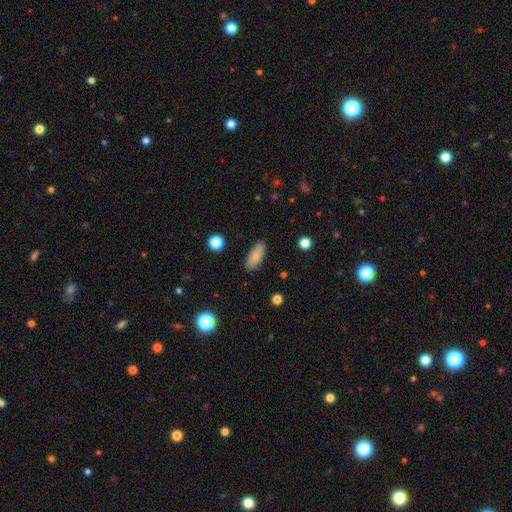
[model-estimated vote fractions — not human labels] Overall: smooth (80%). How rounded: in between (81%). Merging: none (85%).